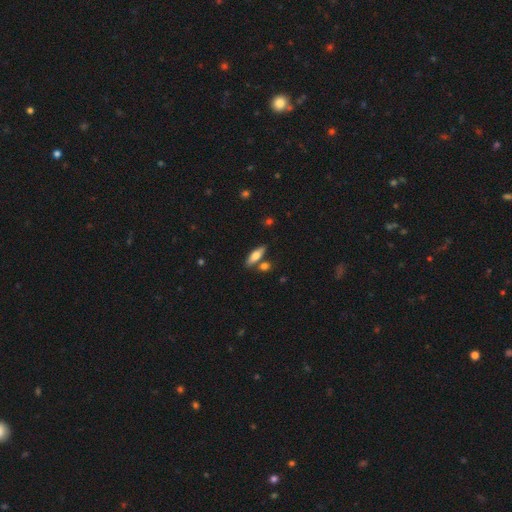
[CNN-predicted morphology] type=smooth (62%); roundness=in between (51%); merging=none (74%).